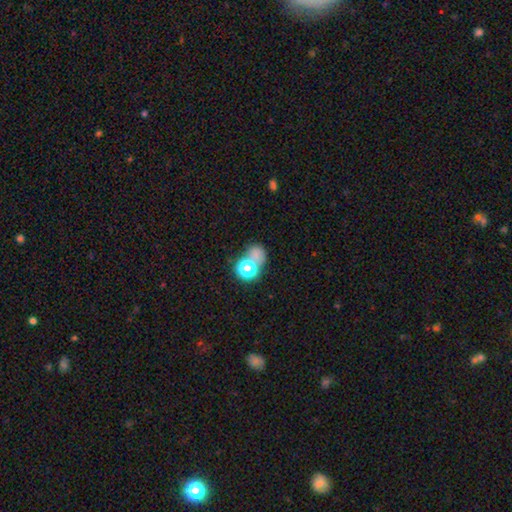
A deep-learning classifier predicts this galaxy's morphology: Smooth or featured? smooth (63%)
How rounded? round (65%)
Merging? none (44%)